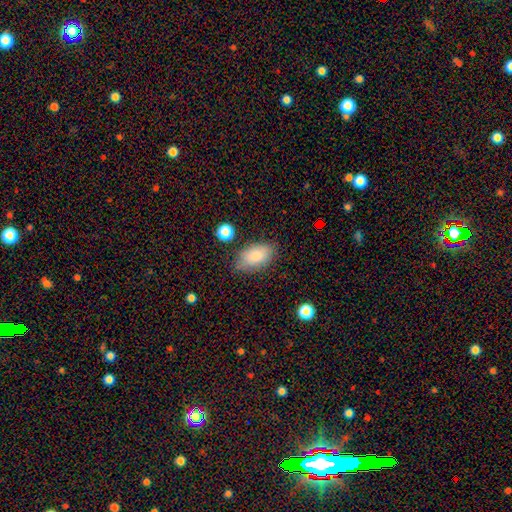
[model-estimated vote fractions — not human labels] The model was most divided on "merging": none: 77%, minor disturbance: 16%, major disturbance: 4%, merger: 3%. More confident: how rounded — in between (92%); smooth or featured — smooth (82%).